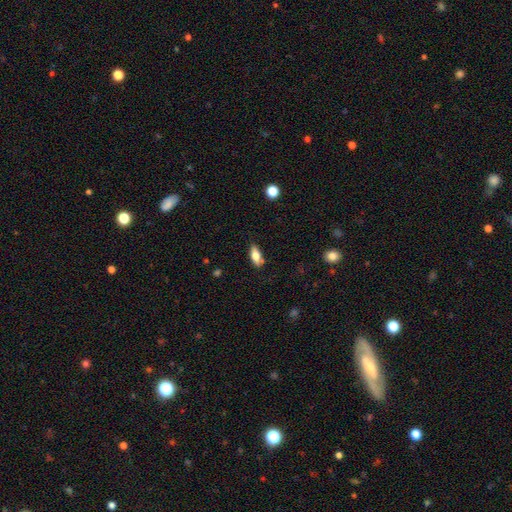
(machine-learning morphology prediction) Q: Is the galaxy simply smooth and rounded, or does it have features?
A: smooth — 68%.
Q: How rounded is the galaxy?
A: in between — 75%.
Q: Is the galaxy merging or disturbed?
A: none — 78%.